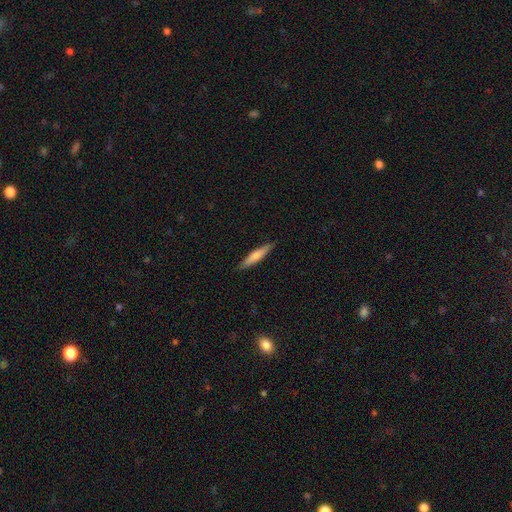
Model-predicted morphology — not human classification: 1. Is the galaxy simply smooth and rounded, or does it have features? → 73% smooth, 22% featured or disk, 5% star or artifact.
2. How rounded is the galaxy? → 87% cigar-shaped, 12% in between, 1% round.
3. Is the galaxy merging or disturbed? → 89% none, 9% minor disturbance, 2% major disturbance, 1% merger.